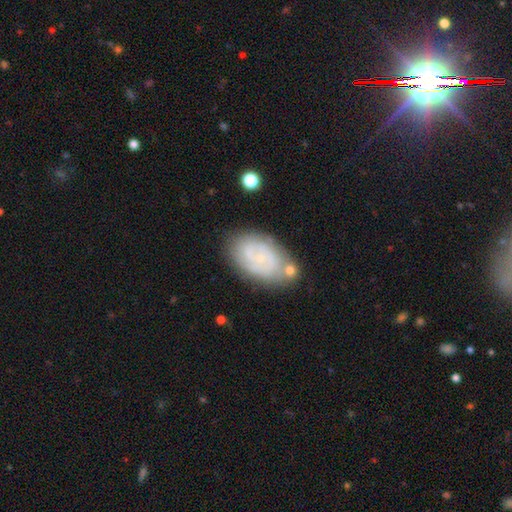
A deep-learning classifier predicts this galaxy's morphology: Smooth or featured: featured or disk — 60% (smooth — 28%)
Edge-on disk: no — 96% (yes — 4%)
Bar: no — 64% (weak — 29%)
Spiral arms: yes — 82% (no — 18%)
Bulge size: small — 70% (none — 17%)
Merging: none — 68% (minor disturbance — 18%)